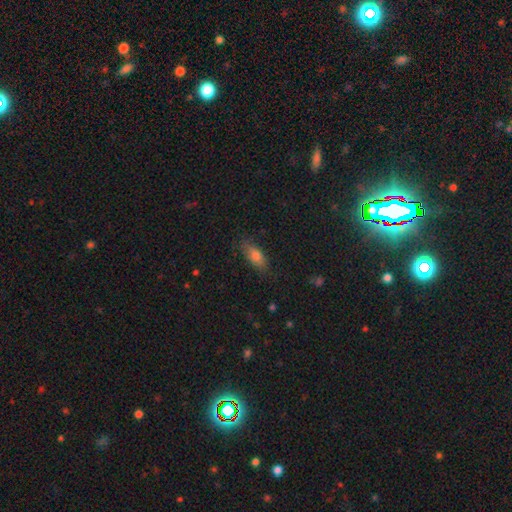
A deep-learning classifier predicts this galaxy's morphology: Q: Smooth or featured?
A: smooth (76%); runner-up: featured or disk (14%)
Q: How rounded?
A: in between (73%); runner-up: cigar-shaped (24%)
Q: Merging?
A: none (80%); runner-up: minor disturbance (15%)